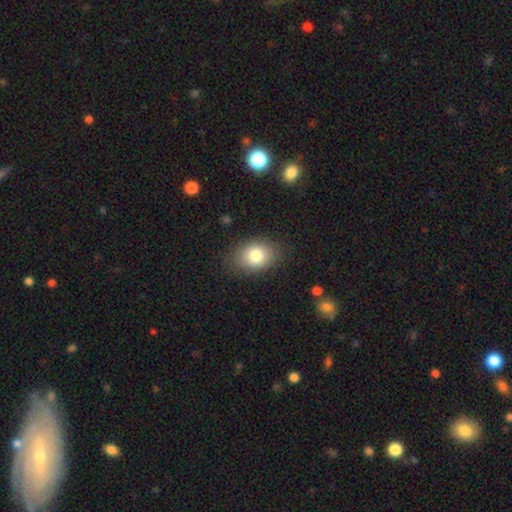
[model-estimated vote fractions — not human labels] Smooth or featured? Predicted: smooth (p=0.81). How rounded? Predicted: in between (p=0.73). Merging? Predicted: none (p=0.83).